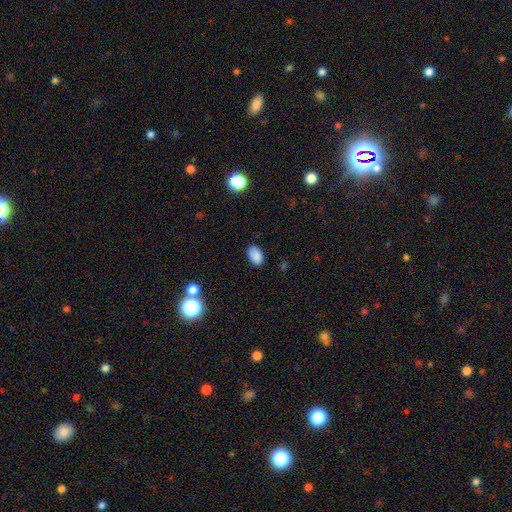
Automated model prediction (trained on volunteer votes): Overall: smooth (87%). How rounded: in between (91%). Merging: none (83%).